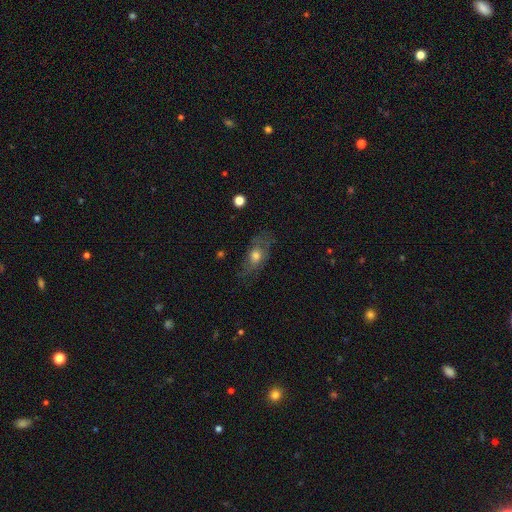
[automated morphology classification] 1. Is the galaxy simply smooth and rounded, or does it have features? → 47% smooth, 42% featured or disk, 11% star or artifact.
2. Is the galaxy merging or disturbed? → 61% none, 23% minor disturbance, 14% major disturbance, 2% merger.